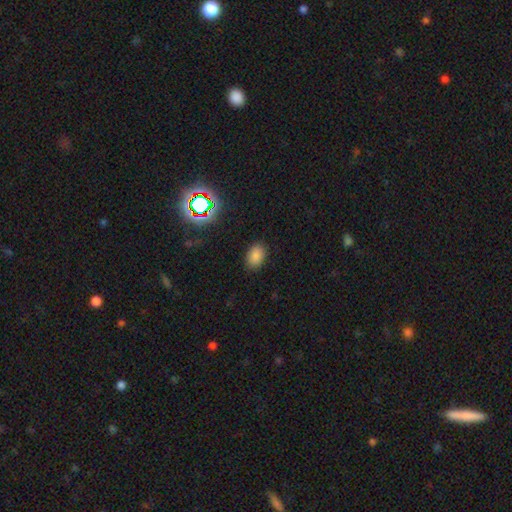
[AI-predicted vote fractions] A smooth galaxy with no disk features (81%) that is in between round and cigar-shaped (82%).

Vote fractions:
- Smooth or featured? smooth: 81% / star or artifact: 14% / featured or disk: 5%
- How rounded? in between: 82% / round: 17% / cigar-shaped: 1%
- Merging? none: 86% / minor disturbance: 10% / major disturbance: 3% / merger: 1%